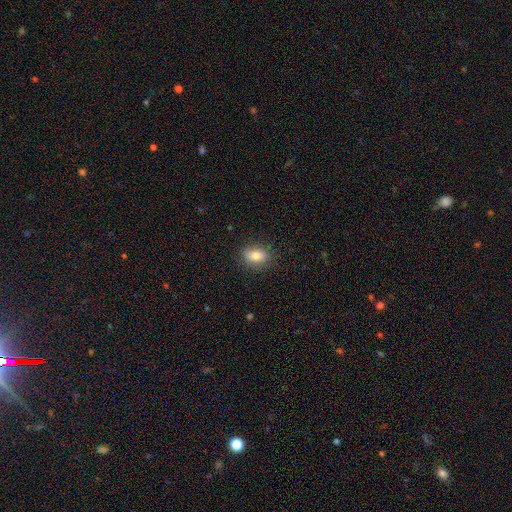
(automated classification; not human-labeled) Overall: smooth (78%). How rounded: in between (80%). Merging: none (83%).